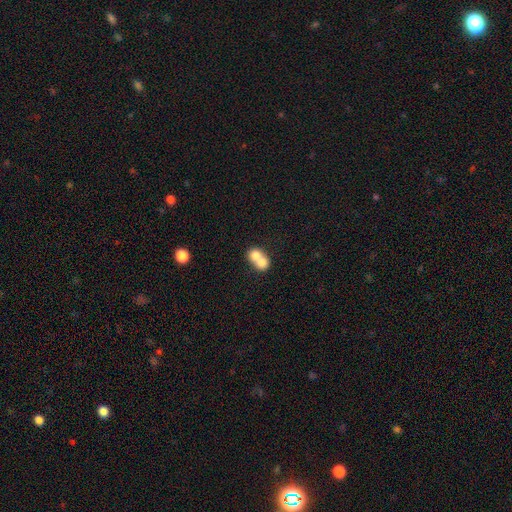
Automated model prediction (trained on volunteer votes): A smooth galaxy with no disk features (73%) that is round (68%). Merging: merger (75%).